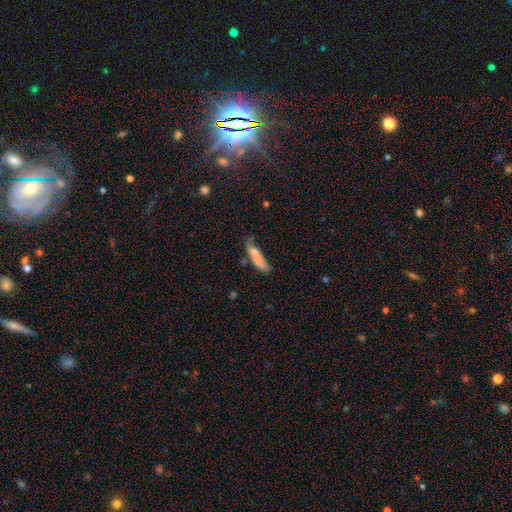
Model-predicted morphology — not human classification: smooth-or-featured: smooth: 66% | featured or disk: 20% | star or artifact: 14%
  how-rounded: cigar-shaped: 75% | in between: 22% | round: 2%
  merging: none: 53% | minor disturbance: 28% | major disturbance: 13% | merger: 6%